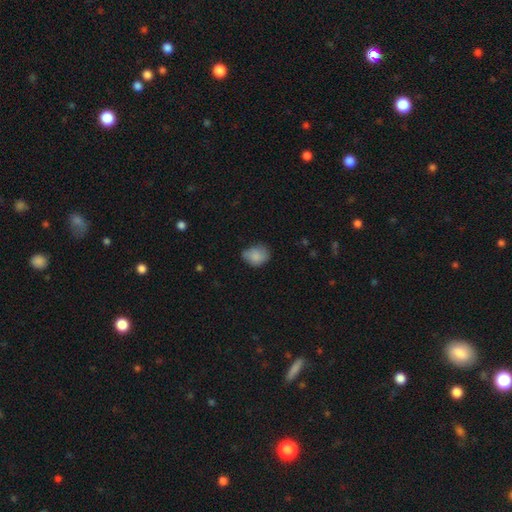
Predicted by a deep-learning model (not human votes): Morphology: type=smooth (83%); roundness=in between (59%); merging=none (59%).